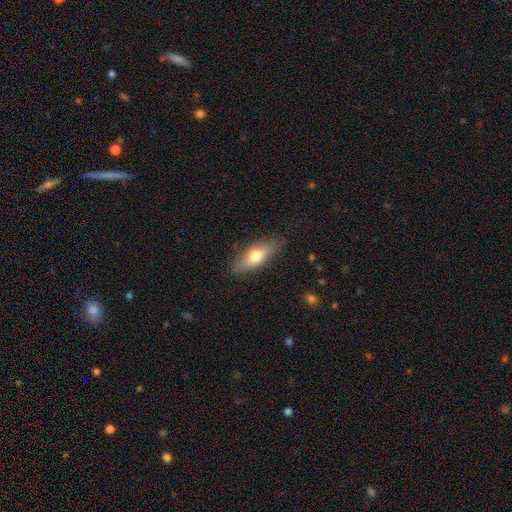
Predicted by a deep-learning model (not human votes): smooth-or-featured: smooth: 68% | featured or disk: 26% | star or artifact: 7%
  how-rounded: in between: 69% | cigar-shaped: 27% | round: 3%
  merging: none: 81% | minor disturbance: 15% | major disturbance: 3% | merger: 1%